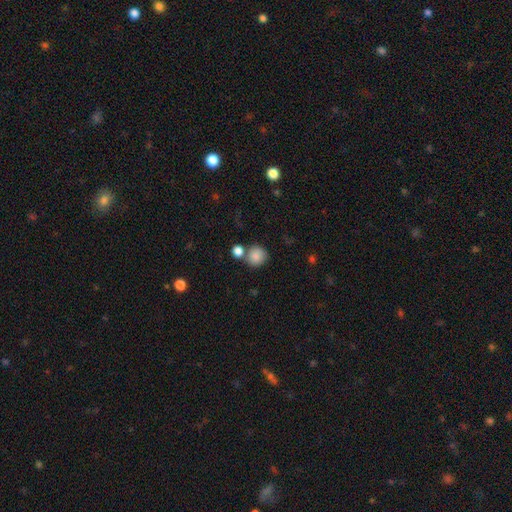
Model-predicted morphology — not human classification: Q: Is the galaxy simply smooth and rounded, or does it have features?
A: smooth — 85%.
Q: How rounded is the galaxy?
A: round — 89%.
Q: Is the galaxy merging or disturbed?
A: none — 66%.